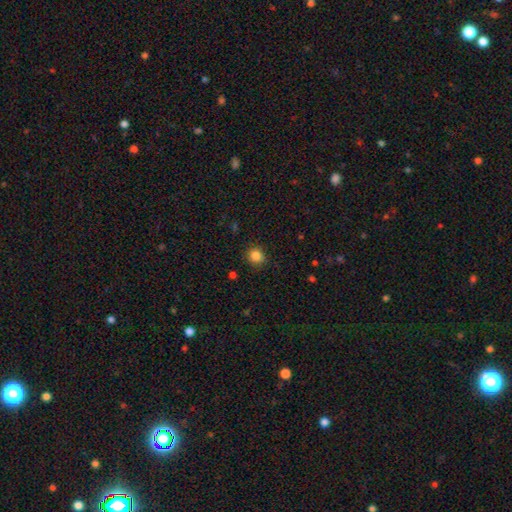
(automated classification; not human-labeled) Smooth or featured: smooth — 85% (star or artifact — 11%)
How rounded: round — 90% (in between — 9%)
Merging: none — 89% (minor disturbance — 8%)